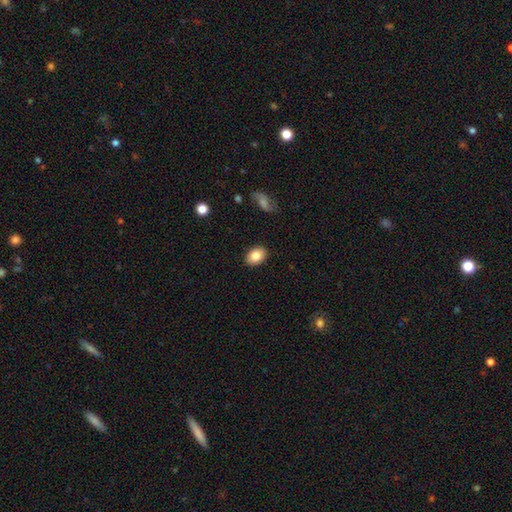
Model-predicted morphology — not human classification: smooth_or_featured: smooth (p=0.84) [alt: featured or disk p=0.09]
how_rounded: in between (p=0.81) [alt: round p=0.18]
merging: none (p=0.89) [alt: minor disturbance p=0.08]